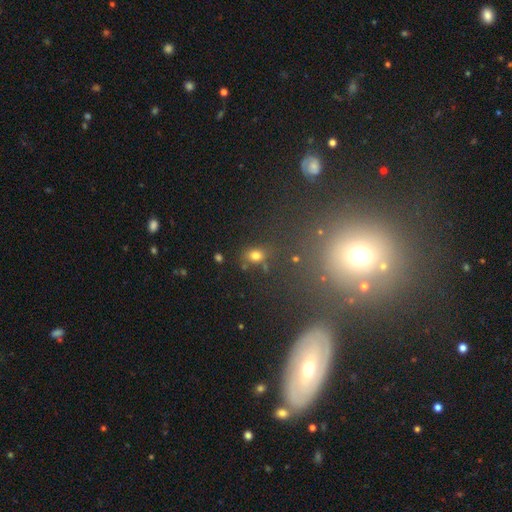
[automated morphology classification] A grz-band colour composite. It shows a smooth galaxy with no disk features (73%) that is in between round and cigar-shaped (59%). Merging: none (68%).